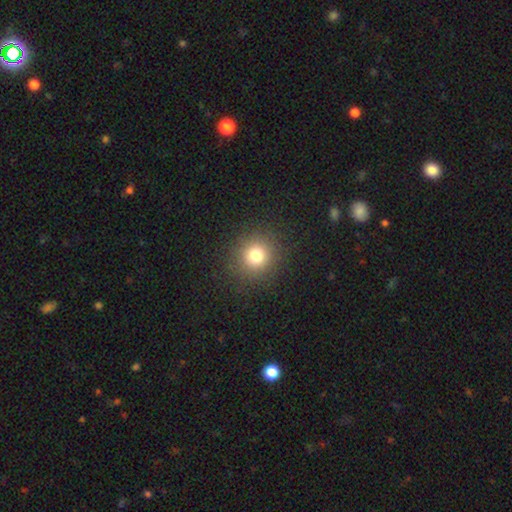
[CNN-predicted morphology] Overall: smooth (77%). How rounded: round (92%). Merging: none (90%).